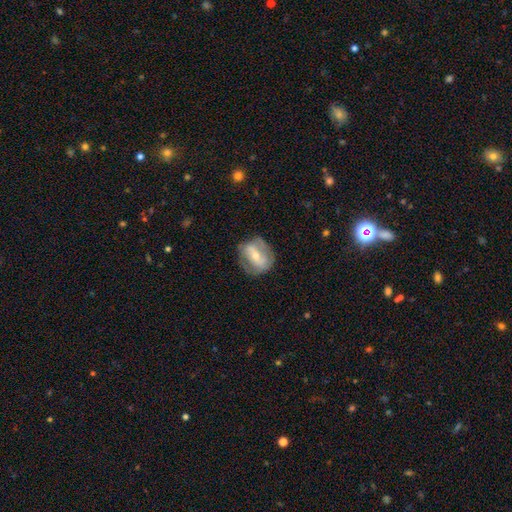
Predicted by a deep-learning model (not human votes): A featured or disk galaxy (62%) with a strong bar (41%), spiral arms (64%) and a small central bulge (50%). Merging: none (64%).